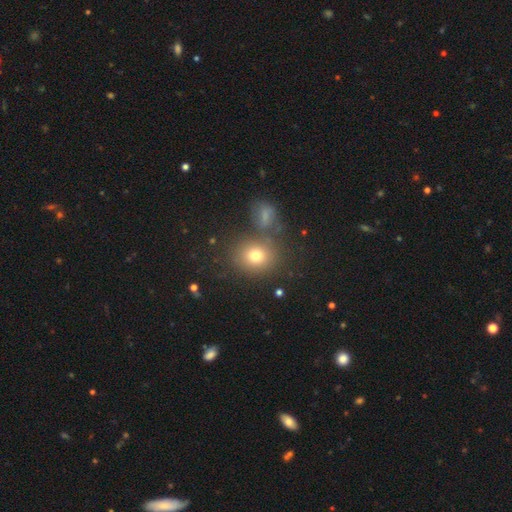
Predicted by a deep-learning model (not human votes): Smooth or featured: smooth — 76% (star or artifact — 13%)
How rounded: round — 71% (in between — 28%)
Merging: none — 68% (merger — 16%)